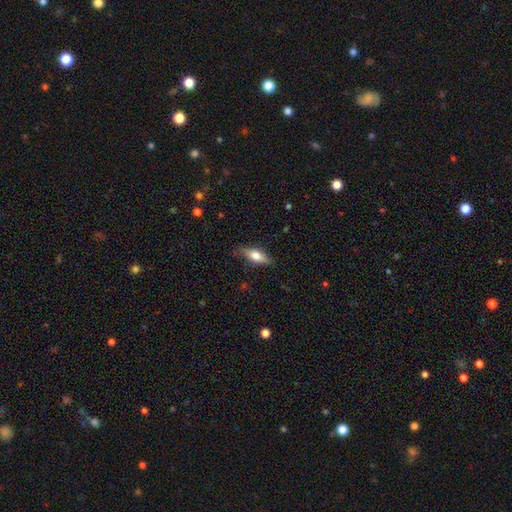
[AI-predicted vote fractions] Morphology: type=smooth (61%); roundness=in between (60%); merging=none (81%).